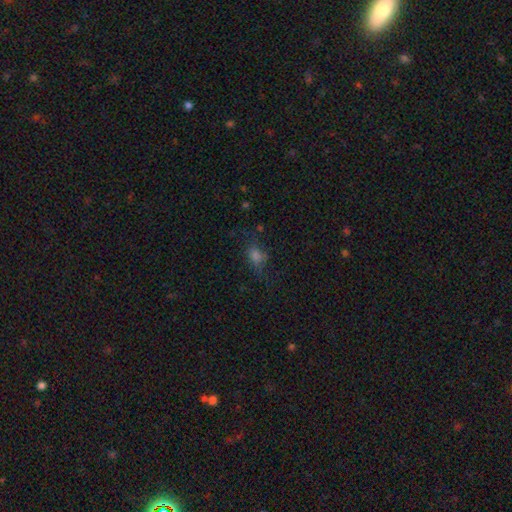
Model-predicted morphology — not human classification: smooth 59%, star or artifact 25%, featured or disk 16%. Down the decision tree: how rounded — in between (58%); merging — none (56%).